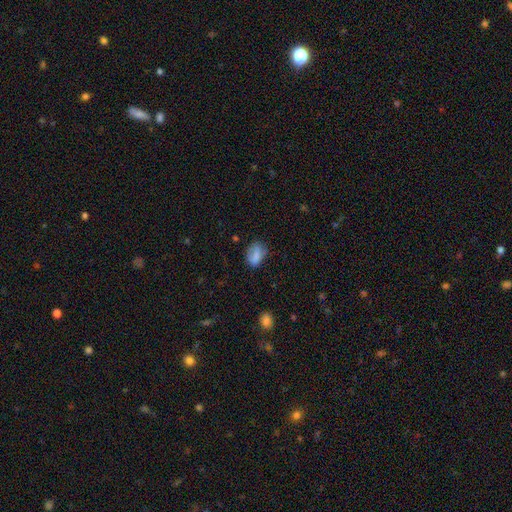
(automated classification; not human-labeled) Q: Smooth or featured?
A: smooth (77%); runner-up: featured or disk (13%)
Q: How rounded?
A: in between (74%); runner-up: round (23%)
Q: Merging?
A: none (61%); runner-up: minor disturbance (27%)